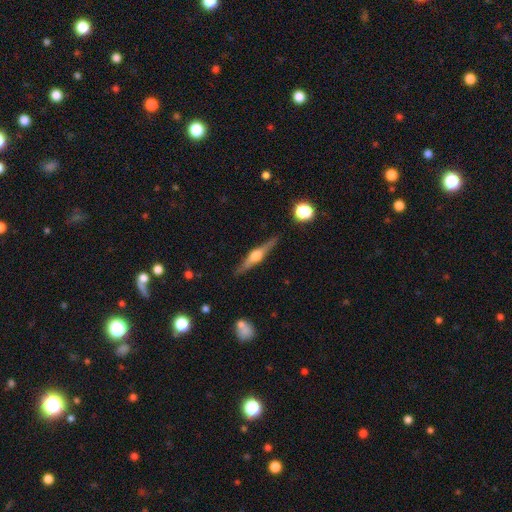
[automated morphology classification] A featured or disk galaxy (75%) viewed edge-on (98%) with a rounded central bulge (92%). Merging: none (89%).